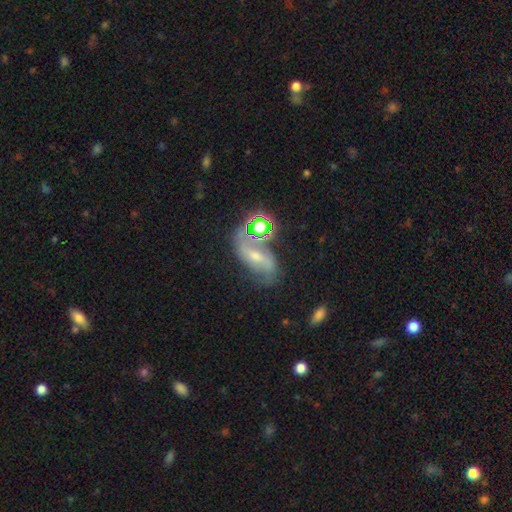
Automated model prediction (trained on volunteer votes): Smooth or featured? Predicted: featured or disk (p=0.60). Edge-on disk? Predicted: no (p=0.93). Bar? Predicted: weak (p=0.41). Spiral arms? Predicted: yes (p=0.86). Bulge size? Predicted: moderate (p=0.44, tied with small). Merging? Predicted: none (p=0.51).